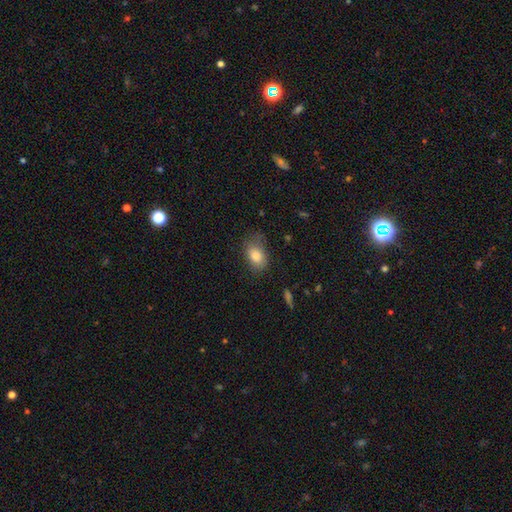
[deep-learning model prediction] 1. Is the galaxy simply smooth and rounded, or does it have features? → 83% smooth, 9% featured or disk, 8% star or artifact.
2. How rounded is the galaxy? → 83% in between, 15% round, 2% cigar-shaped.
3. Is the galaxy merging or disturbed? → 62% none, 27% minor disturbance, 9% major disturbance, 2% merger.